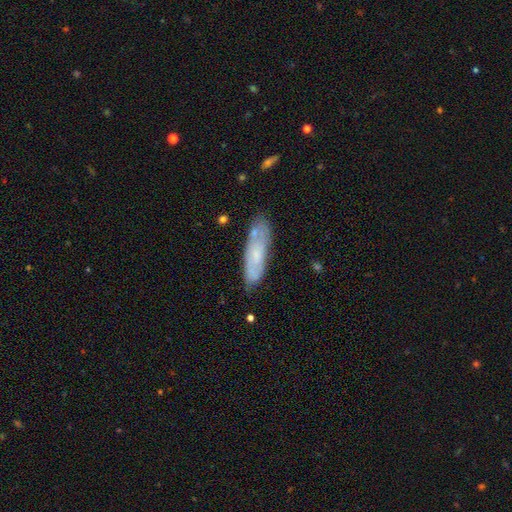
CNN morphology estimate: smooth_or_featured: smooth (p=0.52) [alt: featured or disk p=0.41]
how_rounded: cigar-shaped (p=0.60) [alt: in between p=0.38]
merging: none (p=0.73) [alt: minor disturbance p=0.18]